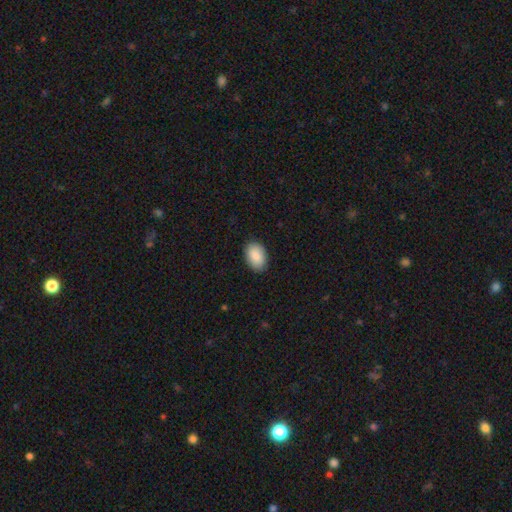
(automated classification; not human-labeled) Morphology: type=smooth (89%); roundness=in between (89%); merging=none (88%).